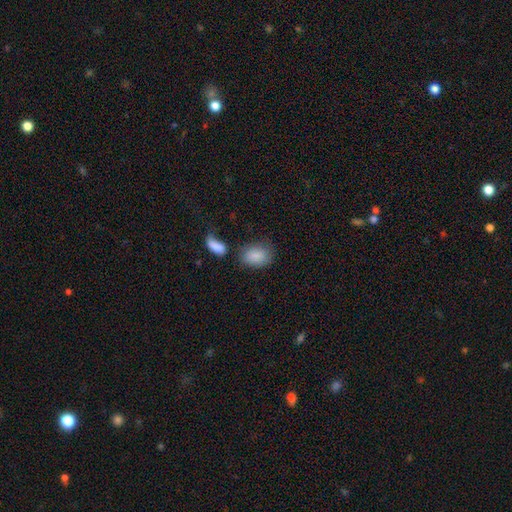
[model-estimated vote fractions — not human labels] A smooth galaxy with no disk features (86%) that is in between round and cigar-shaped (83%).

Vote fractions:
- Smooth or featured? smooth: 86% / star or artifact: 7% / featured or disk: 7%
- How rounded? in between: 83% / round: 15% / cigar-shaped: 2%
- Merging? none: 63% / minor disturbance: 17% / merger: 13% / major disturbance: 7%